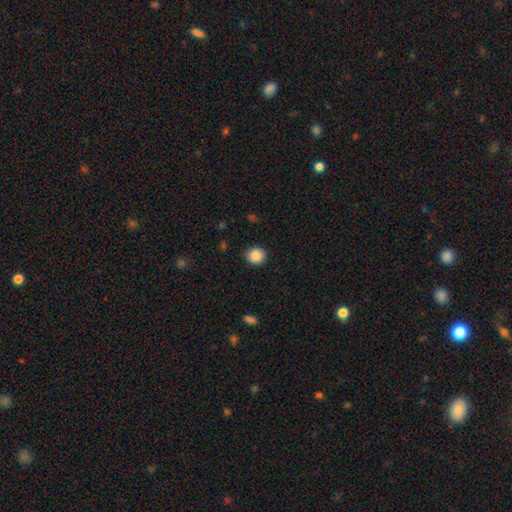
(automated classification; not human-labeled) Smooth or featured? smooth (88%)
How rounded? round (78%)
Merging? none (85%)